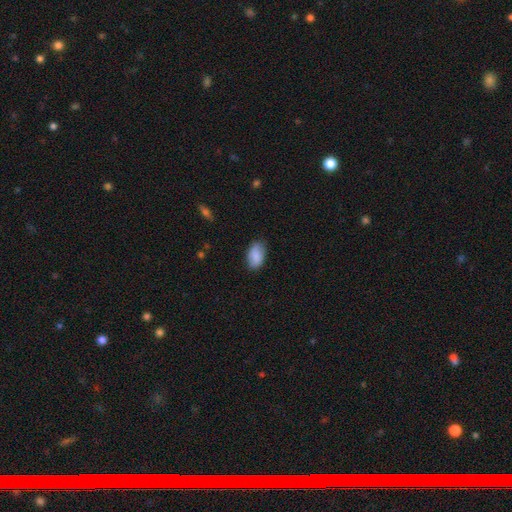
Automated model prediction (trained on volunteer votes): Morphology: type=smooth (87%); roundness=in between (93%); merging=none (76%).